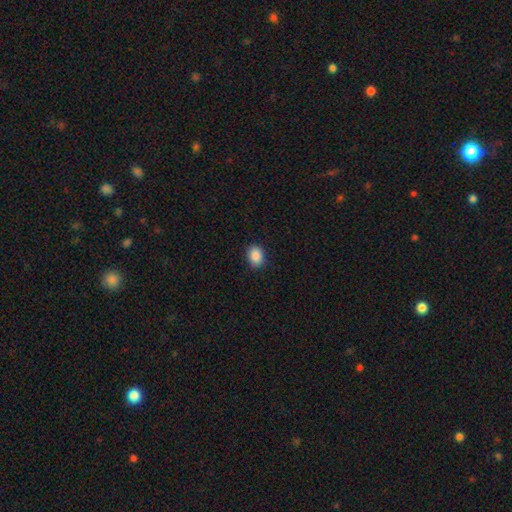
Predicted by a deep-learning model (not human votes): A smooth galaxy with no disk features (89%) that is in between round and cigar-shaped (64%). Merging: none (87%).